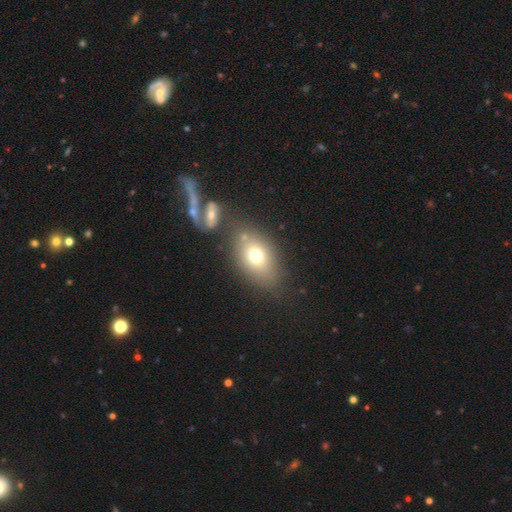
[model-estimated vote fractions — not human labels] A smooth galaxy with no disk features (71%) that is in between round and cigar-shaped (76%).

Vote fractions:
- Smooth or featured? smooth: 71% / featured or disk: 18% / star or artifact: 11%
- How rounded? in between: 76% / round: 22% / cigar-shaped: 2%
- Merging? none: 64% / merger: 15% / minor disturbance: 14% / major disturbance: 6%